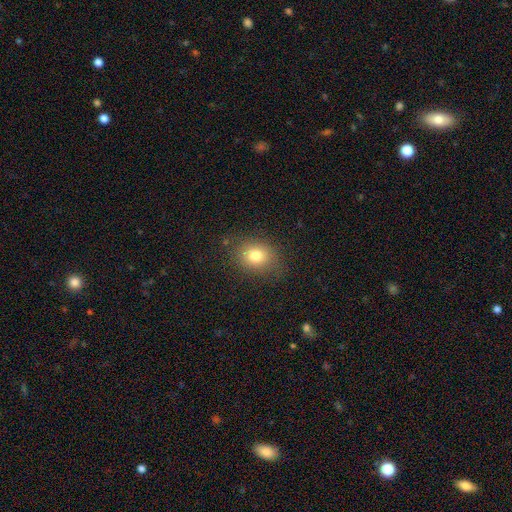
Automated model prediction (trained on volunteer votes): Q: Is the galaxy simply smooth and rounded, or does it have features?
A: smooth — 77%.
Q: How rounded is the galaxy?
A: round — 50%.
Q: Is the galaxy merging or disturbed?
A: none — 79%.